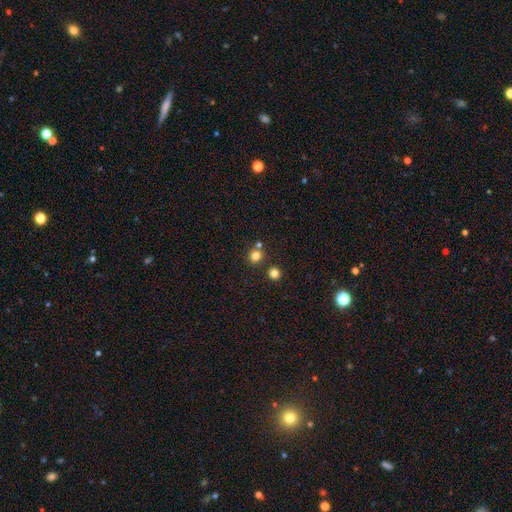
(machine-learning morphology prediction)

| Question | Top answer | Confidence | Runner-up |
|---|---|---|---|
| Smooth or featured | smooth | 79% | star or artifact (15%) |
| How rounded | round | 89% | in between (10%) |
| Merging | none | 73% | merger (17%) |